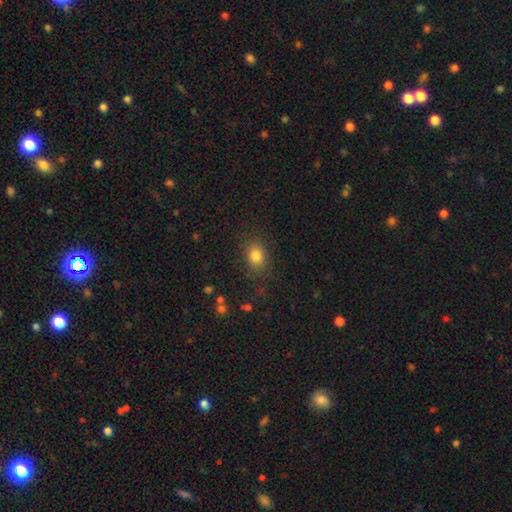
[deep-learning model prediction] Morphology: type=smooth (83%); roundness=in between (64%); merging=none (81%).